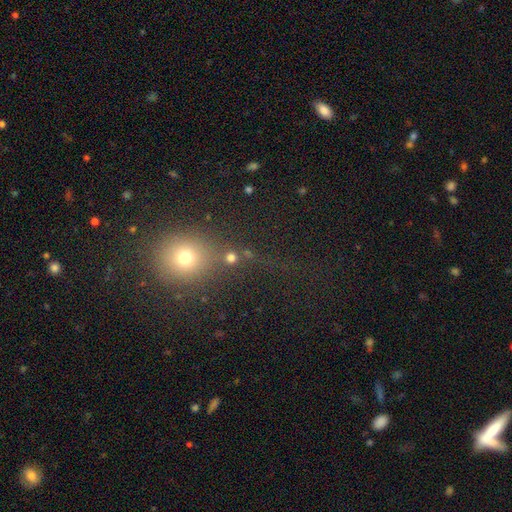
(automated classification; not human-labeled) The model was most divided on "smooth or featured": smooth: 54%, star or artifact: 36%, featured or disk: 10%. More confident: how rounded — round (86%); merging — none (64%).